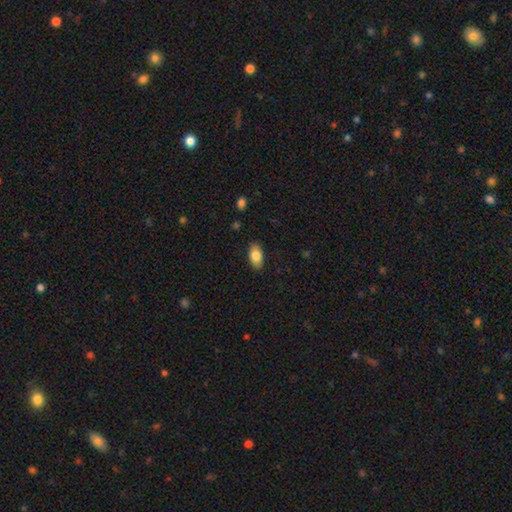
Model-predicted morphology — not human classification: The model was most divided on "smooth or featured": smooth: 83%, featured or disk: 10%, star or artifact: 7%. More confident: how rounded — in between (93%); merging — none (87%).